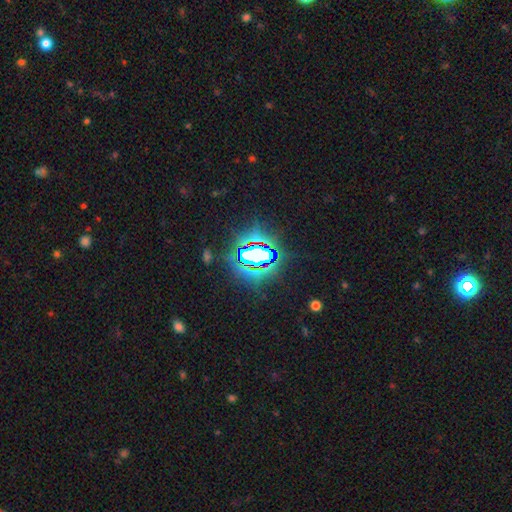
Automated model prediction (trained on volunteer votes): Morphology: type=star or artifact (75%).